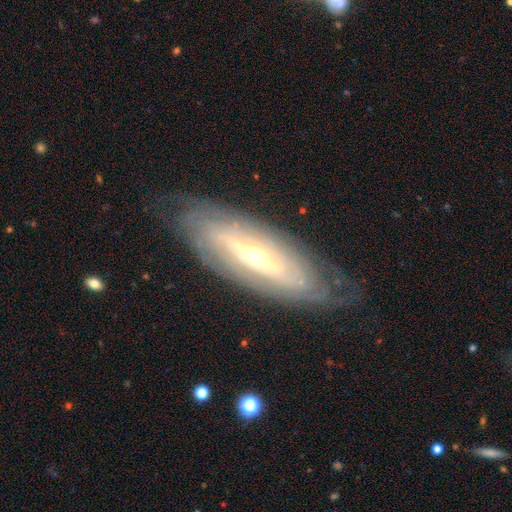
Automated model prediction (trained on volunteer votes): Smooth or featured? featured or disk (81%)
Edge-on disk? no (80%)
Bar? no (51%)
Spiral arms? yes (79%)
Spiral winding? tight (75%)
Spiral arm count? can't tell (62%)
Bulge size? small (50%)
Merging? none (77%)